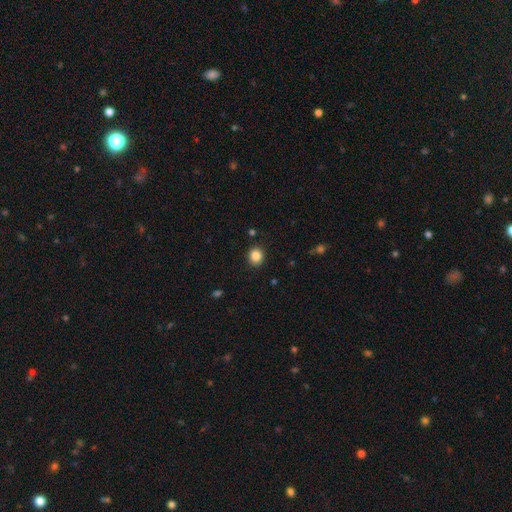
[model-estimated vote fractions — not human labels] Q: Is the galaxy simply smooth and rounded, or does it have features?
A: smooth — 86%.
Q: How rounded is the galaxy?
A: round — 78%.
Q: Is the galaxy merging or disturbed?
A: none — 90%.